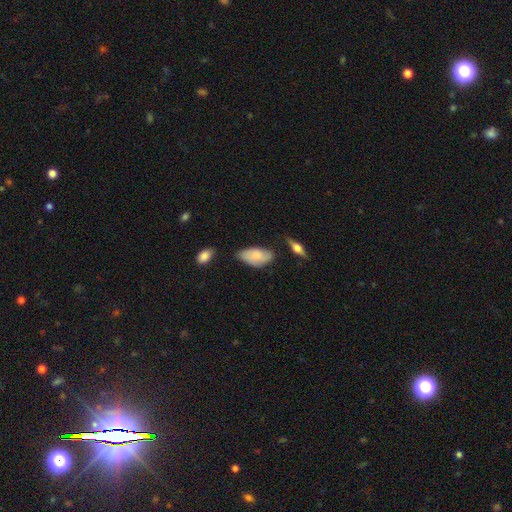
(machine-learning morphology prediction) This appears to be a smooth galaxy with no disk features (78%) that is in between round and cigar-shaped (93%). Merging: none (61%).